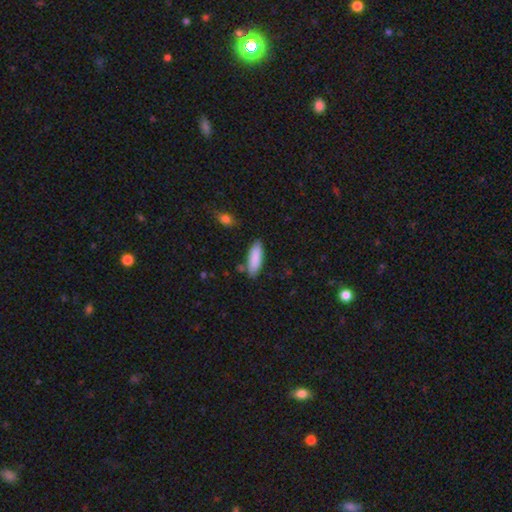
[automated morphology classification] Smooth or featured? Predicted: smooth (p=0.88). How rounded? Predicted: in between (p=0.62). Merging? Predicted: none (p=0.81).